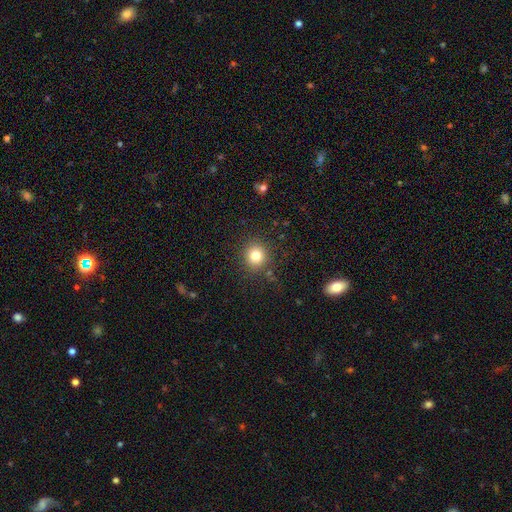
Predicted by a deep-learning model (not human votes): Smooth or featured? smooth (79%)
How rounded? round (89%)
Merging? none (88%)